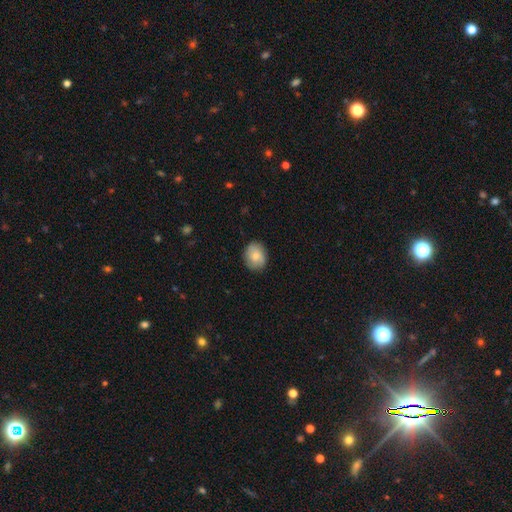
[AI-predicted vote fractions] Smooth or featured?
  - smooth: 76% *
  - featured or disk: 17%
  - star or artifact: 7%
How rounded?
  - round: 54% *
  - in between: 45%
  - cigar-shaped: 1%
Merging?
  - none: 83% *
  - minor disturbance: 13%
  - major disturbance: 3%
  - merger: 1%